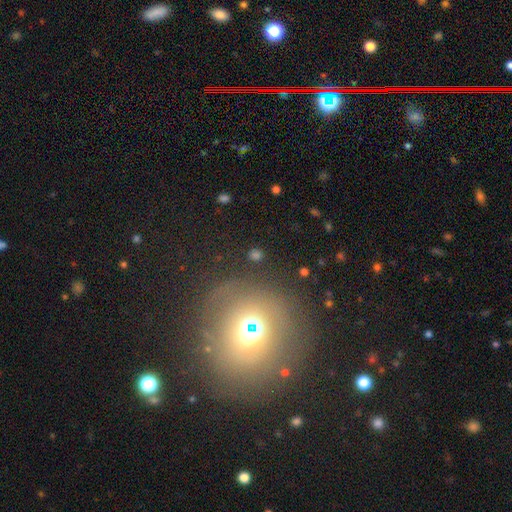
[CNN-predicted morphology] star or artifact 52%, smooth 36%, featured or disk 12%.